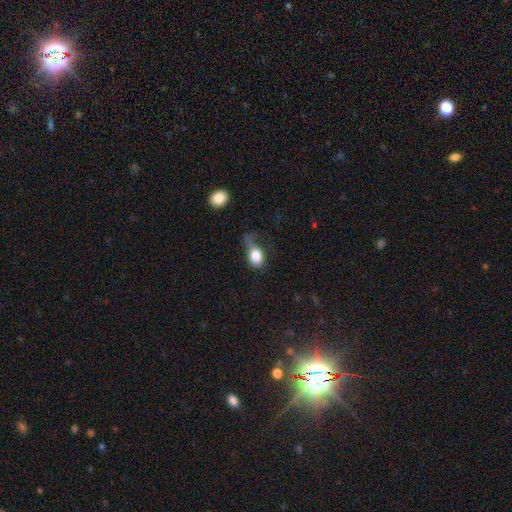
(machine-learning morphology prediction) The model was most divided on "merging": major disturbance: 40%, minor disturbance: 28%, none: 26%, merger: 5%. More confident: smooth or featured — smooth (78%); how rounded — in between (73%).